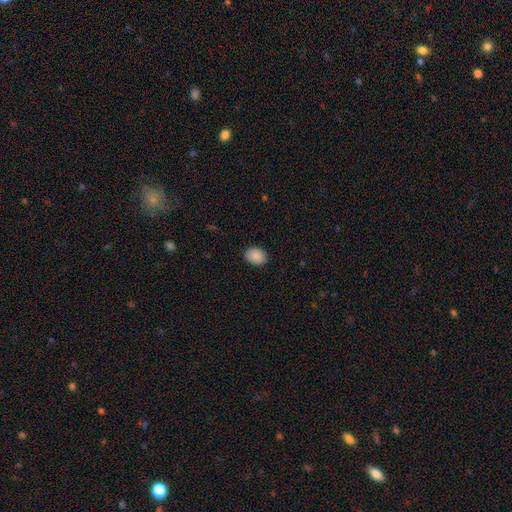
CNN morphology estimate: Smooth or featured? Predicted: smooth (p=0.89). How rounded? Predicted: in between (p=0.60). Merging? Predicted: none (p=0.88).